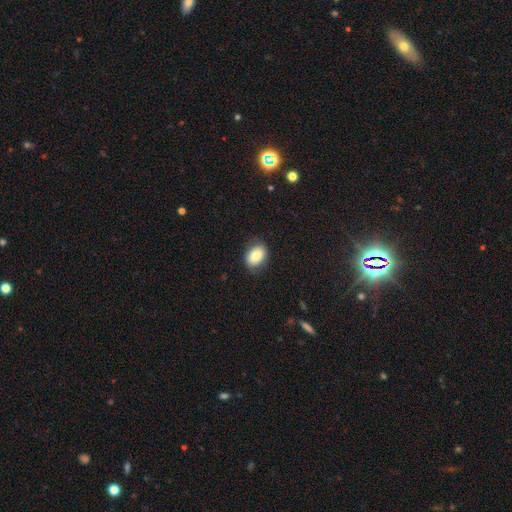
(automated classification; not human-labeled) smooth 81%, featured or disk 11%, star or artifact 8%. Down the decision tree: how rounded — in between (77%); merging — none (83%).